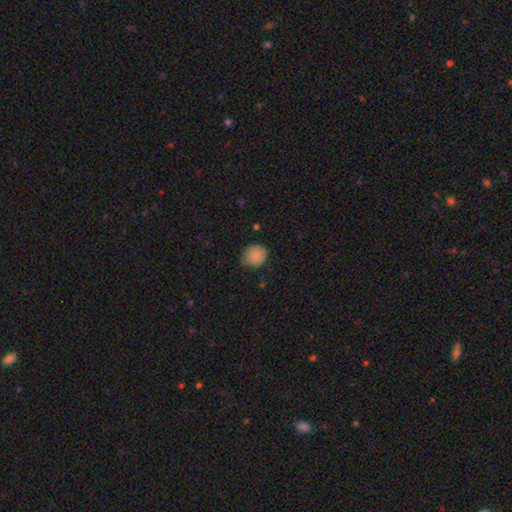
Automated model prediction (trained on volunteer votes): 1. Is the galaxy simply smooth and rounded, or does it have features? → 82% smooth, 9% featured or disk, 9% star or artifact.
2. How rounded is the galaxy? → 70% round, 29% in between, 1% cigar-shaped.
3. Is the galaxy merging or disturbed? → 70% none, 25% minor disturbance, 4% major disturbance, 1% merger.